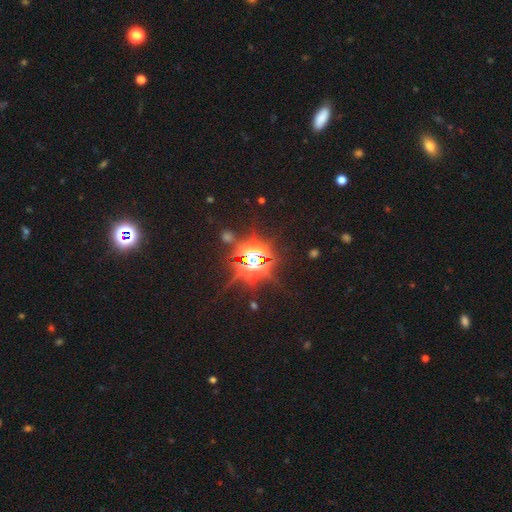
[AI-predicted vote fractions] A star or artifact, not a galaxy (83%).